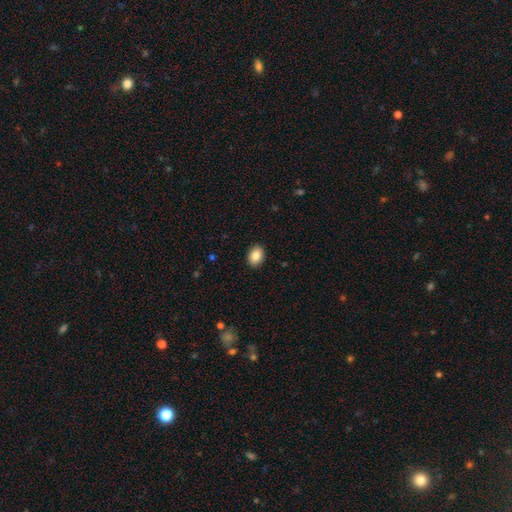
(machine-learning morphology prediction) Overall: smooth (85%). How rounded: in between (68%; round 31%). Merging: none (91%).